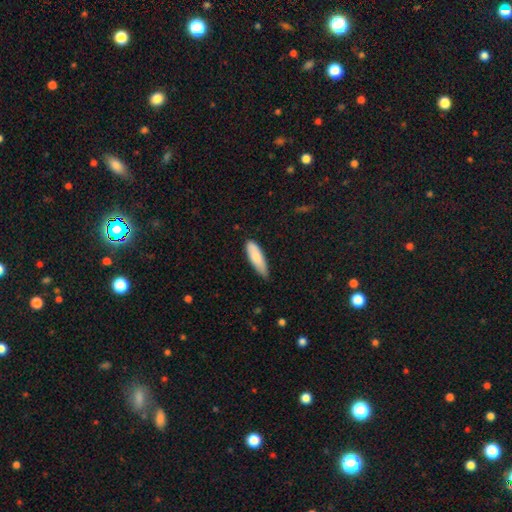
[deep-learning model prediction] smooth_or_featured: smooth (p=0.82) [alt: featured or disk p=0.12]
how_rounded: cigar-shaped (p=0.50) [alt: in between p=0.49]
merging: none (p=0.61) [alt: minor disturbance p=0.33]